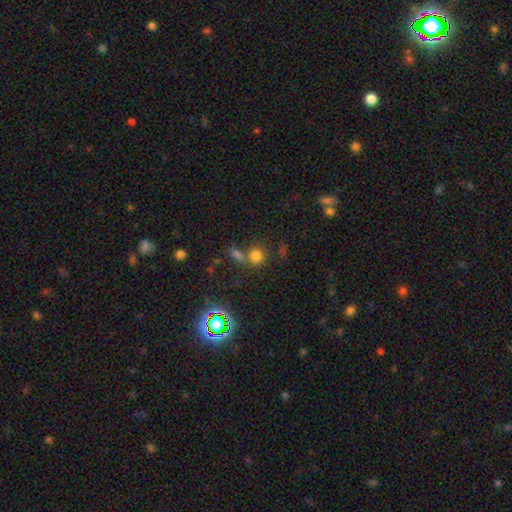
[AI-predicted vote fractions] This is likely a smooth galaxy (72%). How rounded: clearly round (86%). Merging: possibly none (57%).